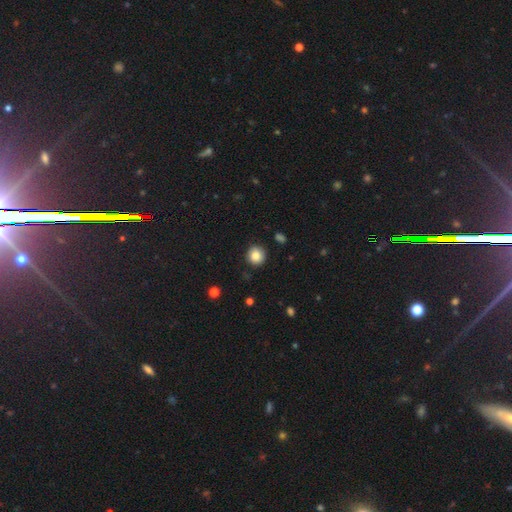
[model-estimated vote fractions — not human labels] Smooth or featured: smooth — 84% (star or artifact — 10%)
How rounded: round — 91% (in between — 8%)
Merging: none — 87% (minor disturbance — 9%)